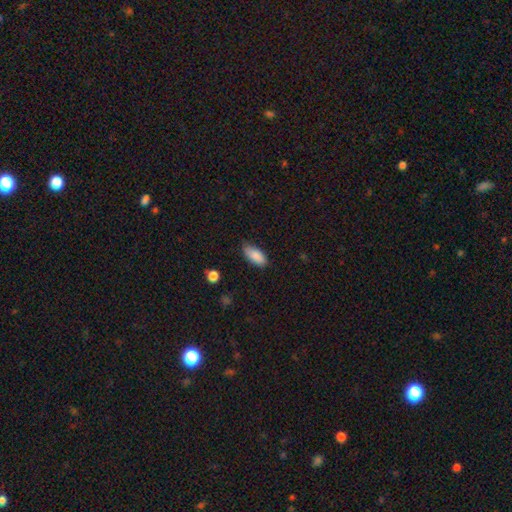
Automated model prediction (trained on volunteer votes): Smooth or featured? Predicted: smooth (p=0.88). How rounded? Predicted: in between (p=0.89). Merging? Predicted: none (p=0.72).